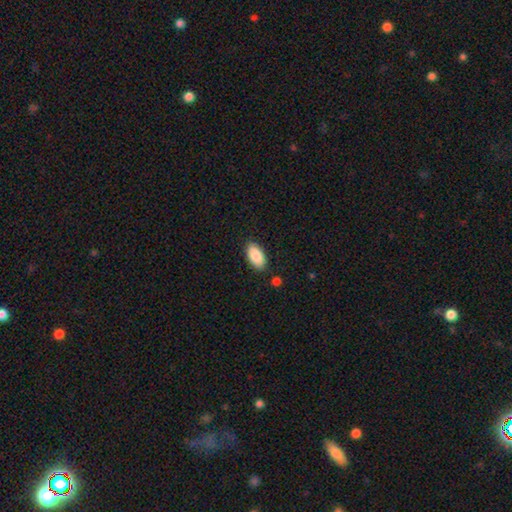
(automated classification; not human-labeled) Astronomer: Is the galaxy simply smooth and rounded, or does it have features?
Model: smooth — 89%.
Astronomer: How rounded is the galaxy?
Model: in between — 94%.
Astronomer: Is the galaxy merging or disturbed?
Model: none — 84%.